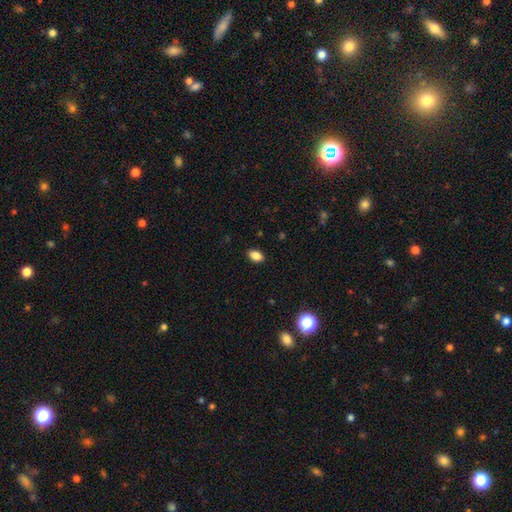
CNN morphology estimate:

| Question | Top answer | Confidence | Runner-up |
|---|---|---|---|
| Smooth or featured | smooth | 86% | star or artifact (9%) |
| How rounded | in between | 88% | round (10%) |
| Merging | none | 89% | minor disturbance (8%) |